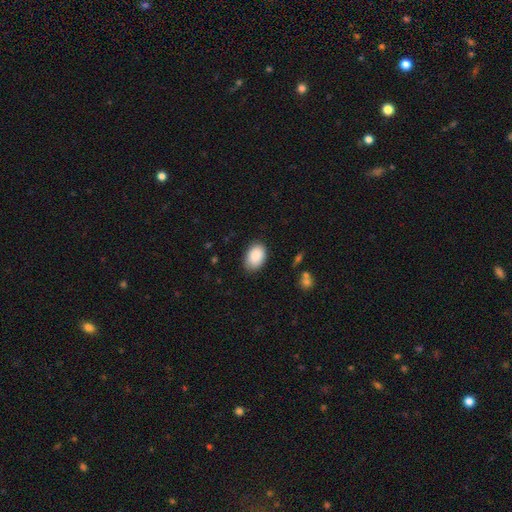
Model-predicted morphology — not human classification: smooth-or-featured: smooth: 90% | star or artifact: 6% | featured or disk: 4%
  how-rounded: in between: 87% | round: 12% | cigar-shaped: 1%
  merging: none: 84% | minor disturbance: 13% | major disturbance: 3% | merger: 1%